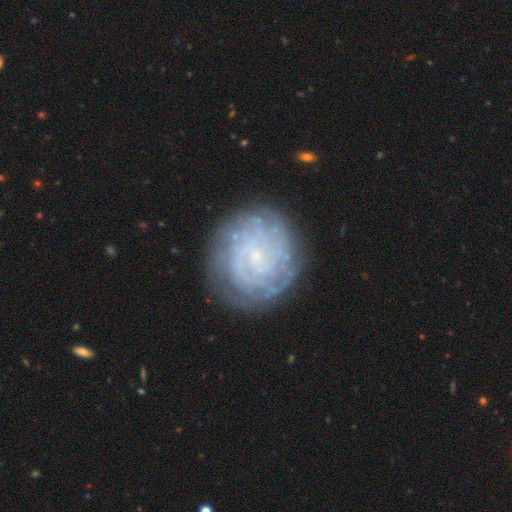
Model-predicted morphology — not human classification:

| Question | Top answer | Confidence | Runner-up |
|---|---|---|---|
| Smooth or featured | featured or disk | 78% | smooth (15%) |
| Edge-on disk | no | 98% | yes (2%) |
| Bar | no | 63% | weak (30%) |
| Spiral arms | yes | 92% | no (8%) |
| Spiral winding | tight | 80% | medium (16%) |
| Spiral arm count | can't tell | 46% | 4 (14%) |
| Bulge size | small | 78% | none (12%) |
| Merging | none | 79% | minor disturbance (14%) |